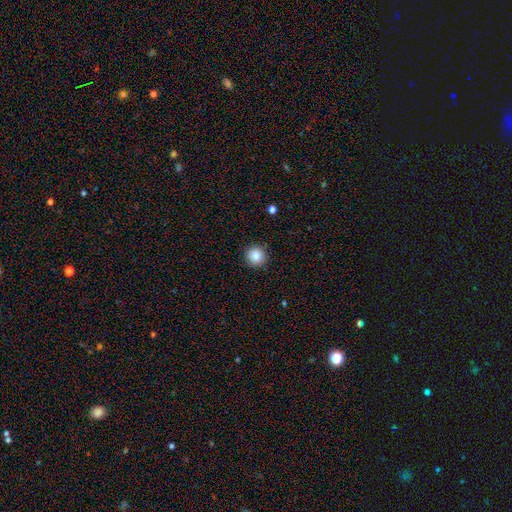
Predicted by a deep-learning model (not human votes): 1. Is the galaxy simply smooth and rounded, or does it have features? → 85% smooth, 10% star or artifact, 5% featured or disk.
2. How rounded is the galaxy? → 95% round, 4% in between, 1% cigar-shaped.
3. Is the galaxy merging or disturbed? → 91% none, 6% minor disturbance, 2% major disturbance, 1% merger.